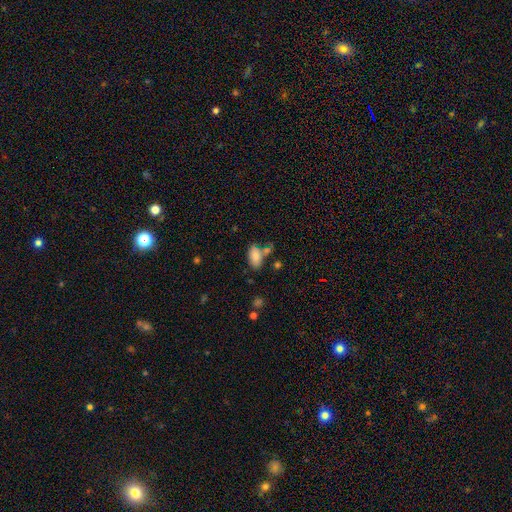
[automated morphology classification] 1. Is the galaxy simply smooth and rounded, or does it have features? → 82% smooth, 10% featured or disk, 8% star or artifact.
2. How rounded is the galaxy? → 92% in between, 5% round, 3% cigar-shaped.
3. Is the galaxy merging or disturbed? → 53% none, 20% merger, 19% minor disturbance, 8% major disturbance.